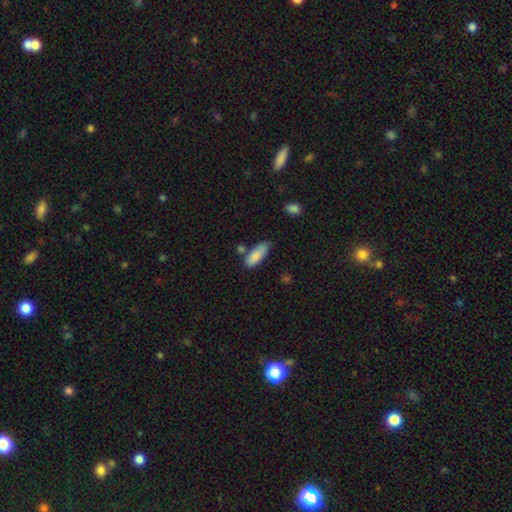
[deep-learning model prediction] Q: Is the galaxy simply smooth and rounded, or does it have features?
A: smooth — 85%.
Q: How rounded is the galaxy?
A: in between — 68%.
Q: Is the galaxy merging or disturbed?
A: none — 63%.